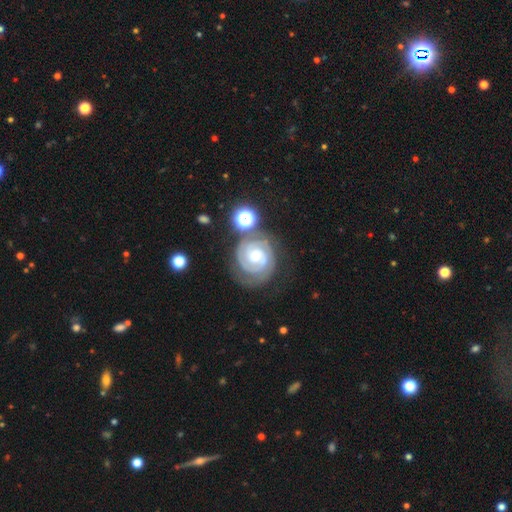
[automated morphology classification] The model was most divided on "bulge size": moderate: 52%, small: 44%, large: 2%, none: 1%, dominant: 1%. More confident: edge-on disk — no (98%); spiral arms — yes (98%); smooth or featured — featured or disk (89%); spiral winding — tight (81%); merging — none (73%); spiral arm count — 2 (68%); bar — no (65%).